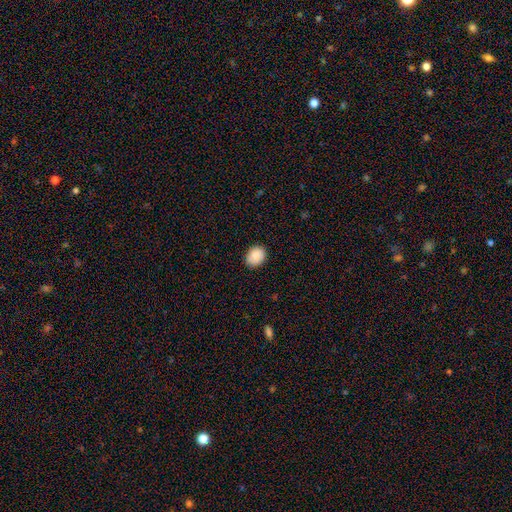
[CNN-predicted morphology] Q: Smooth or featured?
A: smooth (89%); runner-up: star or artifact (7%)
Q: How rounded?
A: in between (57%); runner-up: round (42%)
Q: Merging?
A: none (88%); runner-up: minor disturbance (9%)